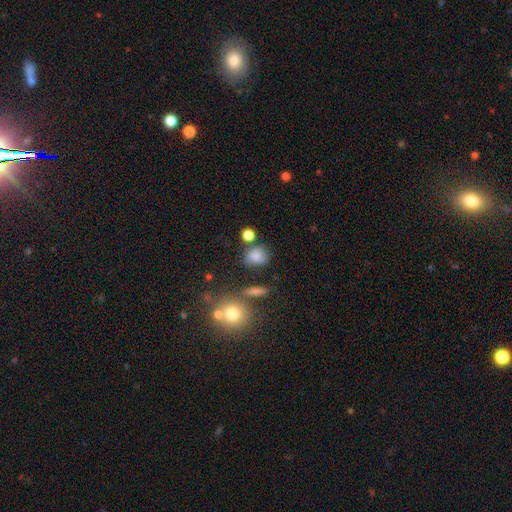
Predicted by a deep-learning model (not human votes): Smooth or featured?
  - smooth: 78% *
  - star or artifact: 12%
  - featured or disk: 10%
How rounded?
  - round: 66% *
  - in between: 32%
  - cigar-shaped: 2%
Merging?
  - none: 66% *
  - minor disturbance: 19%
  - merger: 10%
  - major disturbance: 6%